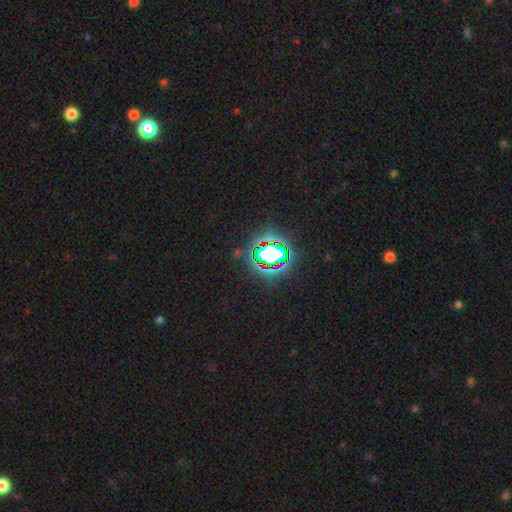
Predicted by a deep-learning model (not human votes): A star or artifact, not a galaxy (84%).

Vote fractions:
- Smooth or featured? star or artifact: 84% / smooth: 10% / featured or disk: 6%